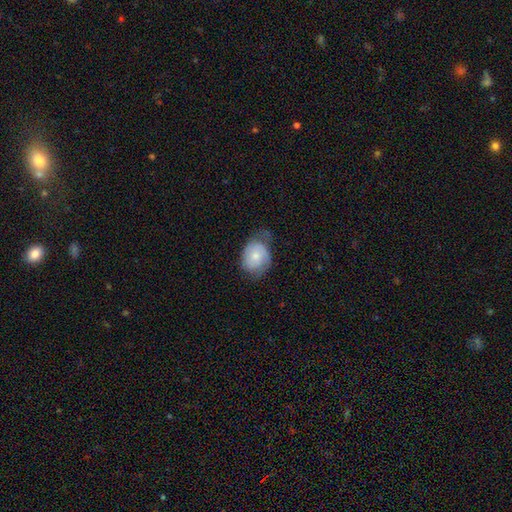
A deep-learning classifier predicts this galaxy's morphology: A smooth galaxy with no disk features (58%) that is in between round and cigar-shaped (51%). Merging: none (42%).